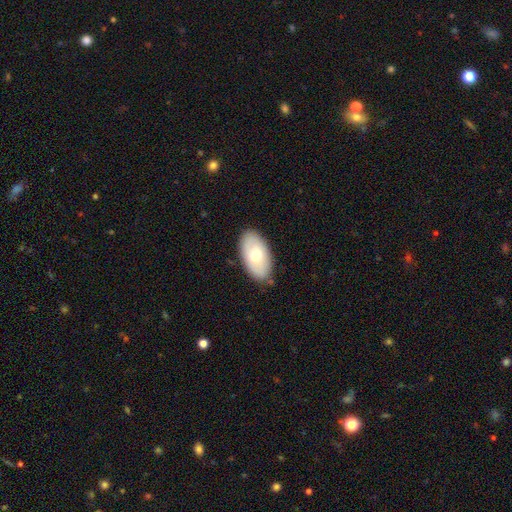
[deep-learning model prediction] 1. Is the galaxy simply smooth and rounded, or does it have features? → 66% smooth, 28% featured or disk, 6% star or artifact.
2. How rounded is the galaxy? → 94% in between, 4% round, 2% cigar-shaped.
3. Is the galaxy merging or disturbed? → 84% none, 12% minor disturbance, 3% major disturbance, 2% merger.